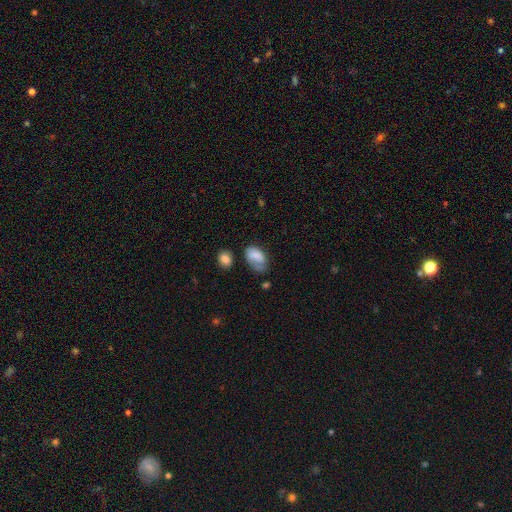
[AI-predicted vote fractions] A smooth galaxy with no disk features (73%) that is in between round and cigar-shaped (89%).

Vote fractions:
- Smooth or featured? smooth: 73% / featured or disk: 19% / star or artifact: 8%
- How rounded? in between: 89% / round: 10% / cigar-shaped: 1%
- Merging? none: 38% / minor disturbance: 34% / major disturbance: 22% / merger: 6%